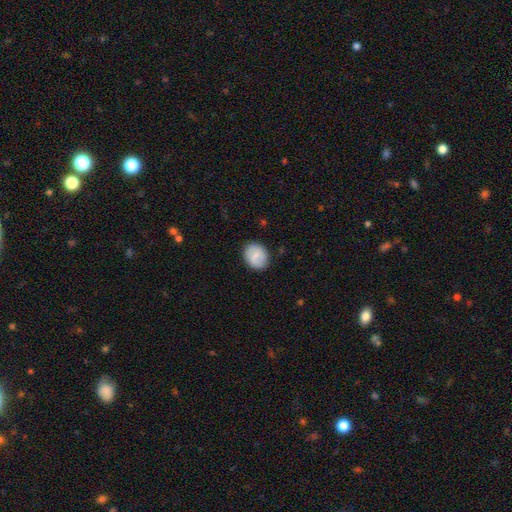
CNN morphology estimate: Q: Smooth or featured?
A: smooth (60%); runner-up: featured or disk (33%)
Q: How rounded?
A: round (55%); runner-up: in between (44%)
Q: Merging?
A: none (85%); runner-up: minor disturbance (11%)